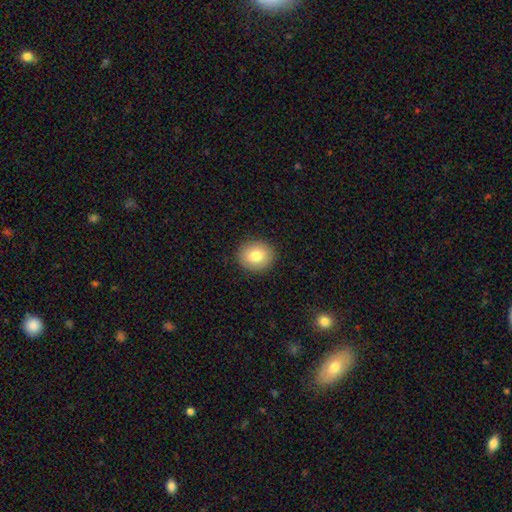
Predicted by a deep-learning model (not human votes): Smooth or featured: smooth — 79% (featured or disk — 12%)
How rounded: round — 76% (in between — 23%)
Merging: none — 90% (minor disturbance — 7%)